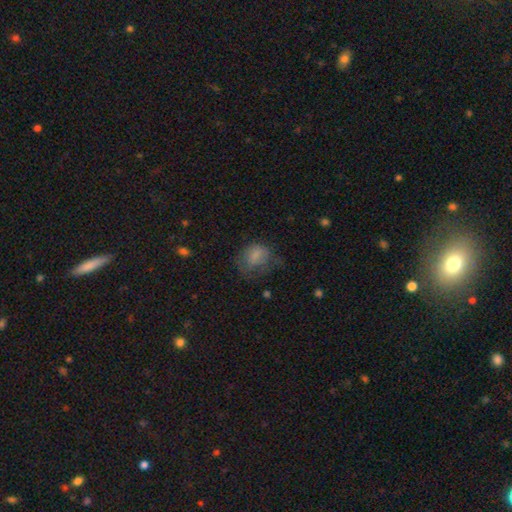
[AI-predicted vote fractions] A smooth galaxy with no disk features (74%) that is in between round and cigar-shaped (57%). Merging: none (43%).